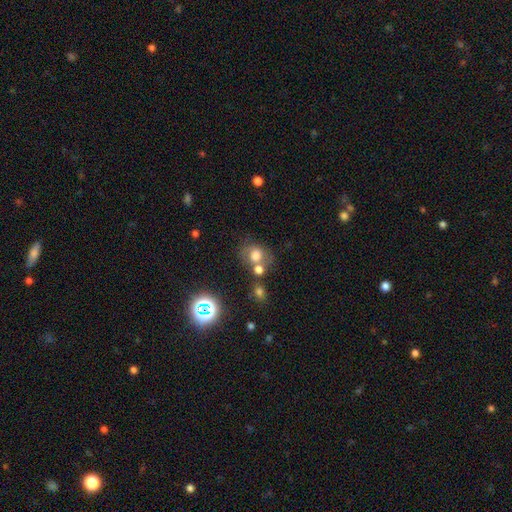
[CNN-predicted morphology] This is likely a smooth galaxy (70%). How rounded: likely round (62%). Merging: possibly none (48%).